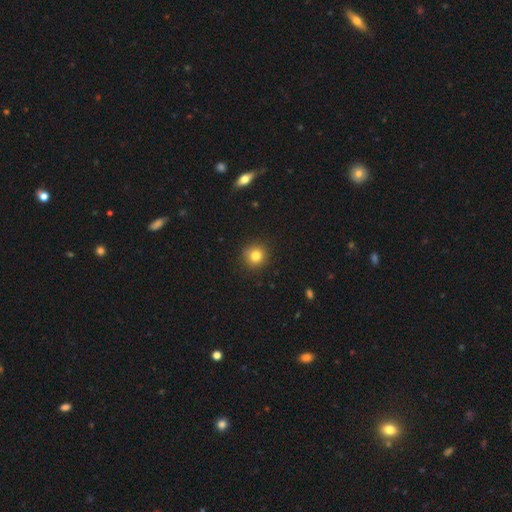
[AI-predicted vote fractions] Smooth or featured: smooth — 82% (star or artifact — 12%)
How rounded: round — 93% (in between — 6%)
Merging: none — 90% (minor disturbance — 7%)